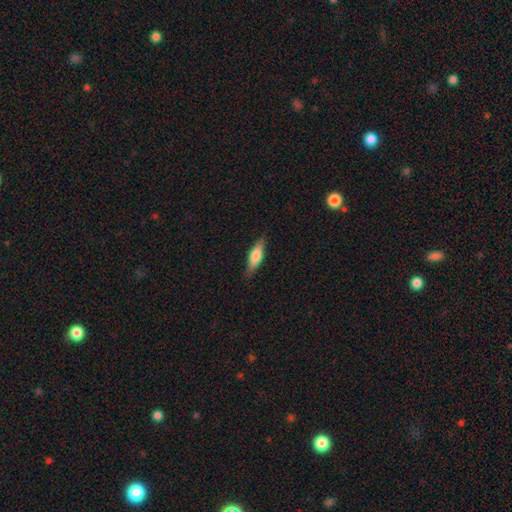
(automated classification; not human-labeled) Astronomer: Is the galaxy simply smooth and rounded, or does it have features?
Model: smooth — 58% (runner-up: featured or disk, 36%).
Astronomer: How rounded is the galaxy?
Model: cigar-shaped — 59% (runner-up: in between, 39%).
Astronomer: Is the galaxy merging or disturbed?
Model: none — 85%.